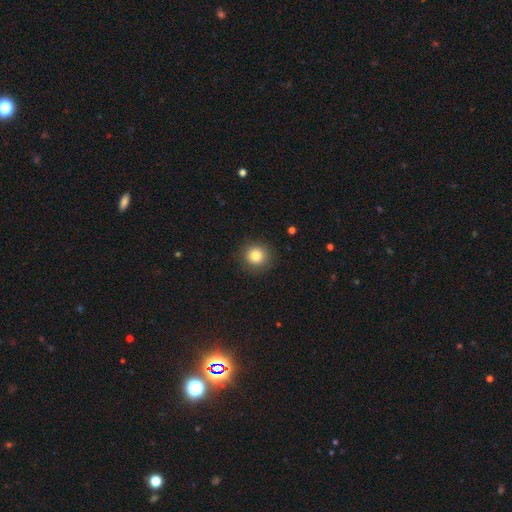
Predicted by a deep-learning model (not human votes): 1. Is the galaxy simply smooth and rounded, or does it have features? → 84% smooth, 10% star or artifact, 6% featured or disk.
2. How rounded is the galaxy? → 93% round, 6% in between, 1% cigar-shaped.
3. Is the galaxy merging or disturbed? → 89% none, 7% minor disturbance, 2% major disturbance, 1% merger.